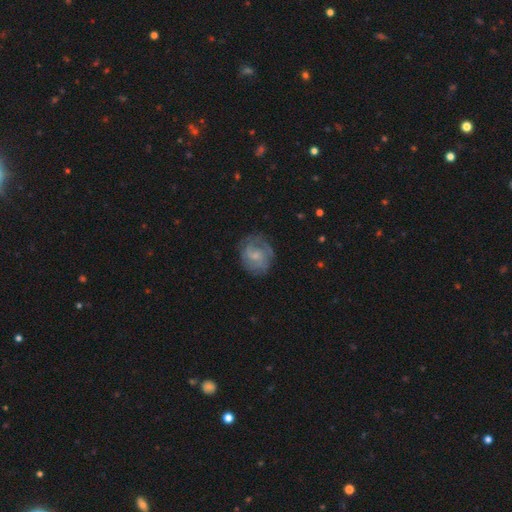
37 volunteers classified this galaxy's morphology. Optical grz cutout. It shows a featured or disk galaxy (81%) with no bar (67%), 2 (48%) tight (63%) spiral arms (90%) and a small central bulge (63%). Merging: none (69%).